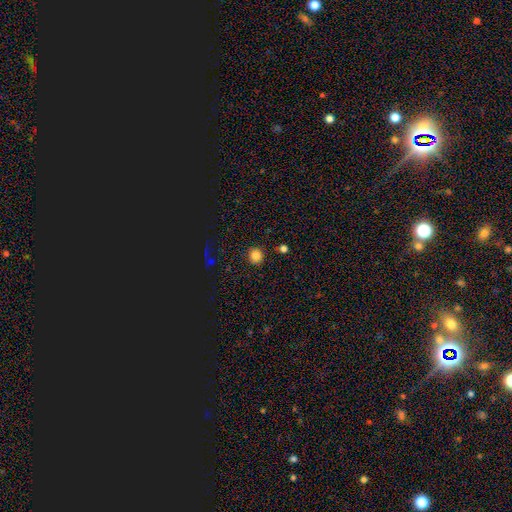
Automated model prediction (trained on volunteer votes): Smooth or featured: smooth — 83% (star or artifact — 13%)
How rounded: round — 93% (in between — 6%)
Merging: none — 90% (minor disturbance — 6%)